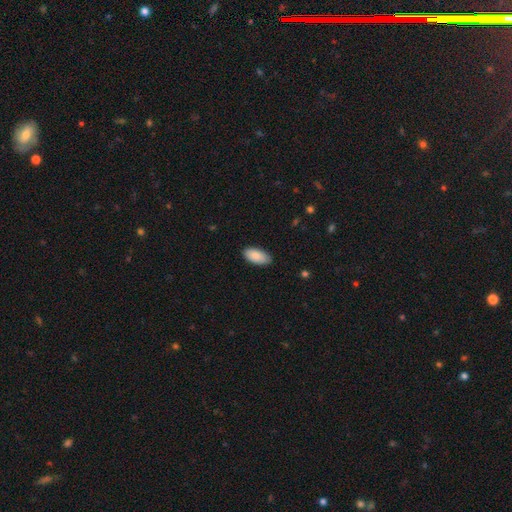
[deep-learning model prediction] smooth-or-featured: smooth: 87% | featured or disk: 7% | star or artifact: 6%
  how-rounded: in between: 94% | cigar-shaped: 4% | round: 2%
  merging: none: 86% | minor disturbance: 12% | major disturbance: 2% | merger: 1%